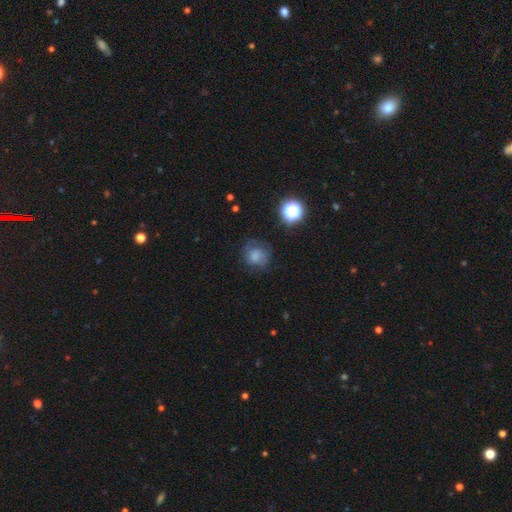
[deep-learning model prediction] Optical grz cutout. It shows a smooth galaxy with no disk features (69%) that is round (81%). Merging: none (61%).